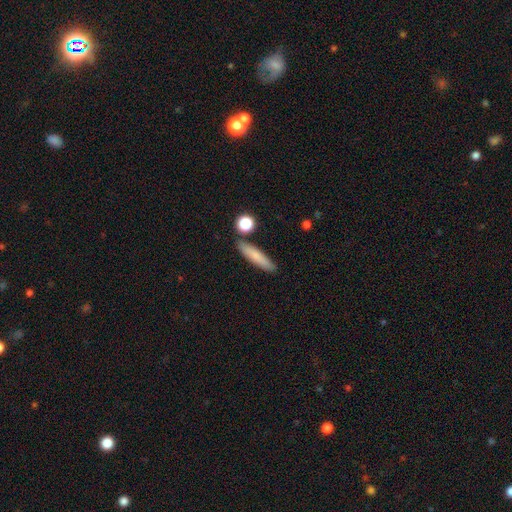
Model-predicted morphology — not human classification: smooth 75%, featured or disk 17%, star or artifact 7%. Down the decision tree: how rounded — cigar-shaped (82%); merging — none (83%).